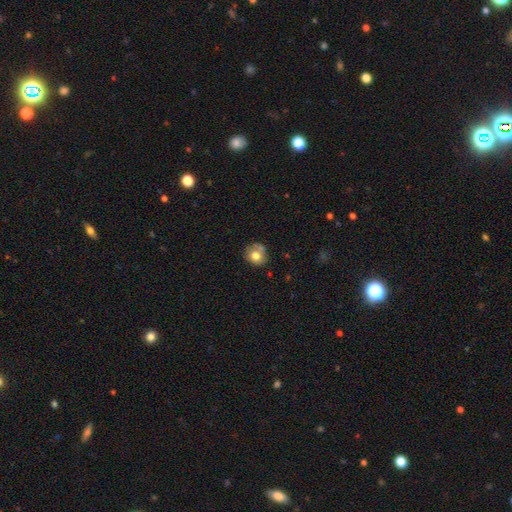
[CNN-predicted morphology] This is likely a smooth galaxy (74%). How rounded: likely round (76%). Merging: possibly none (59%).